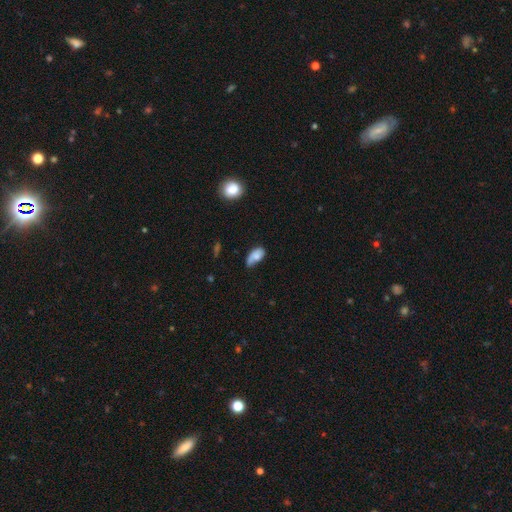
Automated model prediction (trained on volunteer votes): This appears to be a smooth galaxy with no disk features (75%) that is in between round and cigar-shaped (91%). Merging: none (40%).